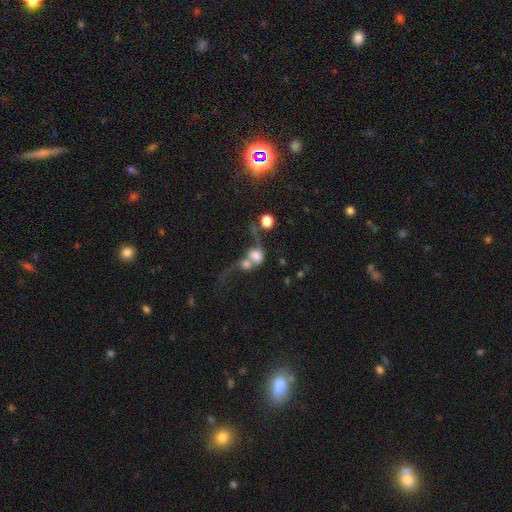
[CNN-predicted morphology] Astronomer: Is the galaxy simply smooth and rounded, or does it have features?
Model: smooth — 54% (runner-up: featured or disk, 34%).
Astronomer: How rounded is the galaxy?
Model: round — 52% (runner-up: in between, 45%).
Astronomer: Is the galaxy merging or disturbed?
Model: merger — 73%.